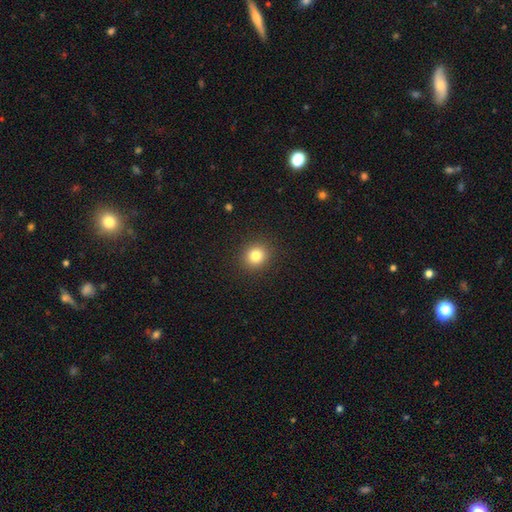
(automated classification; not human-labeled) Morphology: type=smooth (82%); roundness=round (84%); merging=none (91%).